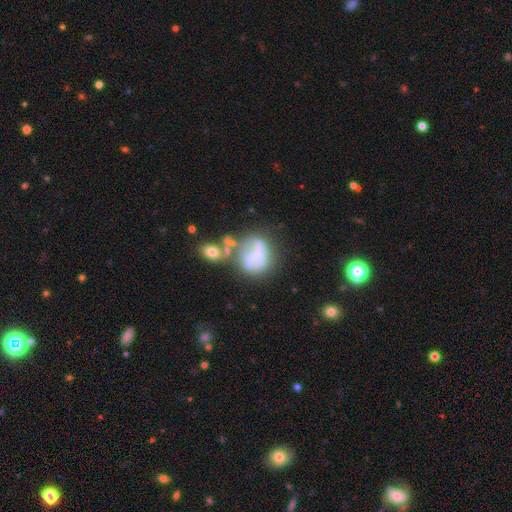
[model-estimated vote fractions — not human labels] smooth-or-featured: featured or disk: 47% | smooth: 40% | star or artifact: 13%
  merging: none: 31% | major disturbance: 28% | merger: 23% | minor disturbance: 19%